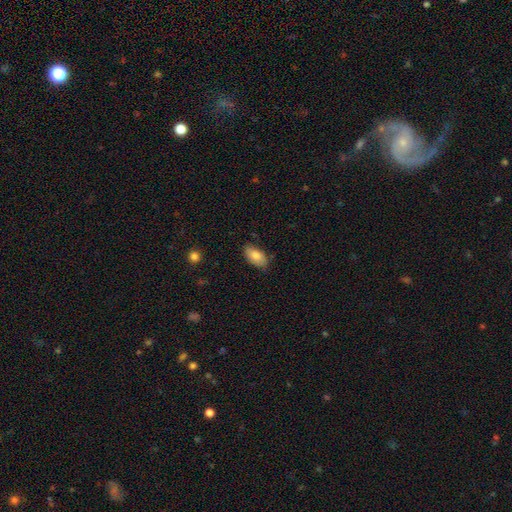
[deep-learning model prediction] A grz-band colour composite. It shows a smooth galaxy with no disk features (82%) that is in between round and cigar-shaped (93%). Merging: none (78%).